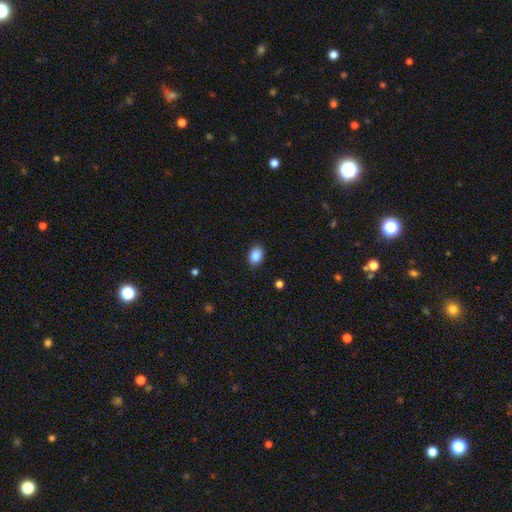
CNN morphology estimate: Overall: smooth (89%). How rounded: in between (72%). Merging: none (87%).